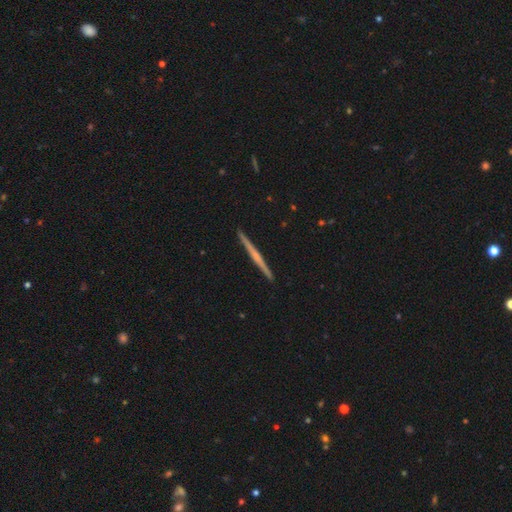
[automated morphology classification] Smooth or featured? Predicted: featured or disk (p=0.65). Edge-on disk? Predicted: yes (p=0.98). Edge-on bulge? Predicted: none (p=0.62). Merging? Predicted: none (p=0.93).